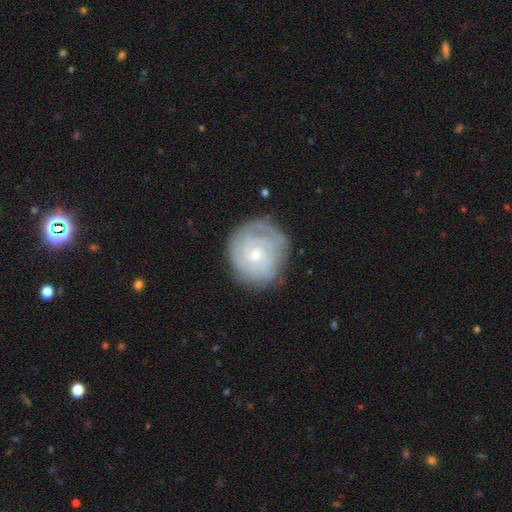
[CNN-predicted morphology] A featured or disk galaxy (71%) with no bar (66%), tight (74%) spiral arms (87%) and a small central bulge (53%). Merging: none (72%).